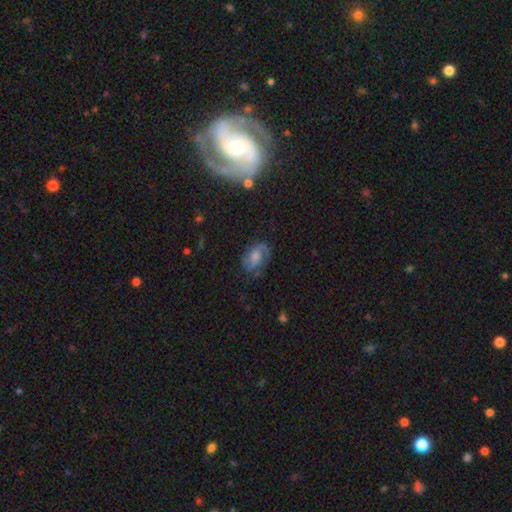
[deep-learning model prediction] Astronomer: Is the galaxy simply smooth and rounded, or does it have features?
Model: featured or disk — 63%.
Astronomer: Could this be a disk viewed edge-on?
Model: no — 96%.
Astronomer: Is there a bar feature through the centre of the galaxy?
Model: no — 51% (runner-up: weak, 39%).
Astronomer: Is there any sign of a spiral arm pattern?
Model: yes — 89%.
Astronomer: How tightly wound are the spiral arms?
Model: medium — 47% (runner-up: tight, 27%).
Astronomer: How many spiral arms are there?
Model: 2 — 71%.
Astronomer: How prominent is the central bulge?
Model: moderate — 50% (runner-up: small, 26%).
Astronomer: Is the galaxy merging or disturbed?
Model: none — 66%.